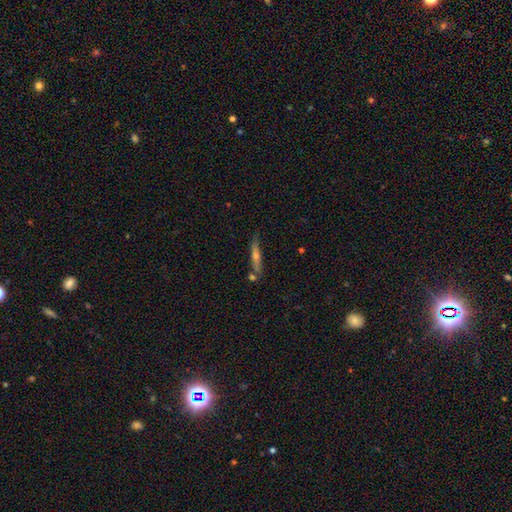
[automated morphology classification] Smooth or featured?
  - featured or disk: 57% *
  - smooth: 35%
  - star or artifact: 8%
Edge-on disk?
  - yes: 92% *
  - no: 8%
Edge-on bulge?
  - rounded: 83% *
  - none: 13%
  - boxy: 4%
Merging?
  - none: 74% *
  - minor disturbance: 14%
  - merger: 8%
  - major disturbance: 3%